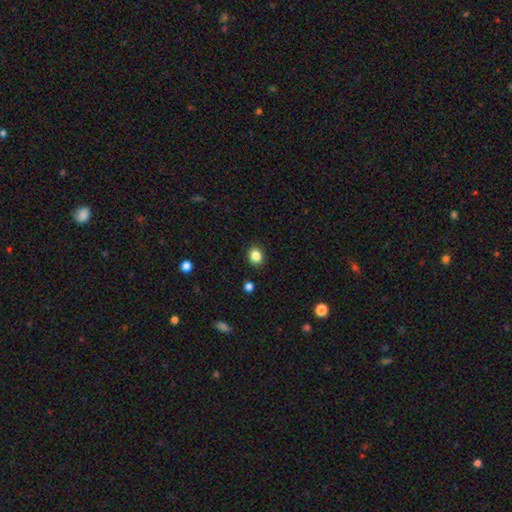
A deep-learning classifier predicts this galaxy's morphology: This appears to be a smooth galaxy with no disk features (85%) that is round (59%). Merging: none (87%).